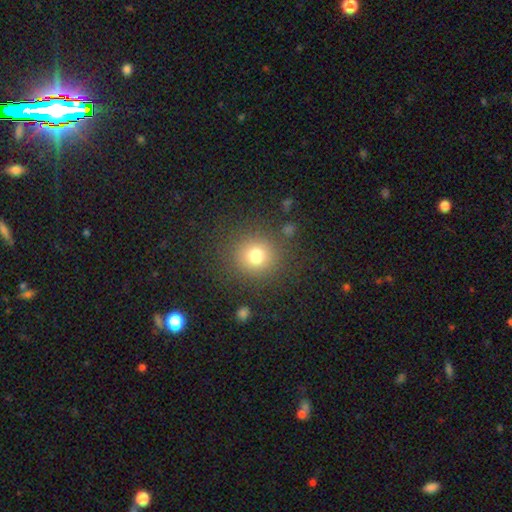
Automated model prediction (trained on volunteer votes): Smooth or featured: smooth — 77% (star or artifact — 15%)
How rounded: round — 89% (in between — 10%)
Merging: none — 85% (minor disturbance — 8%)